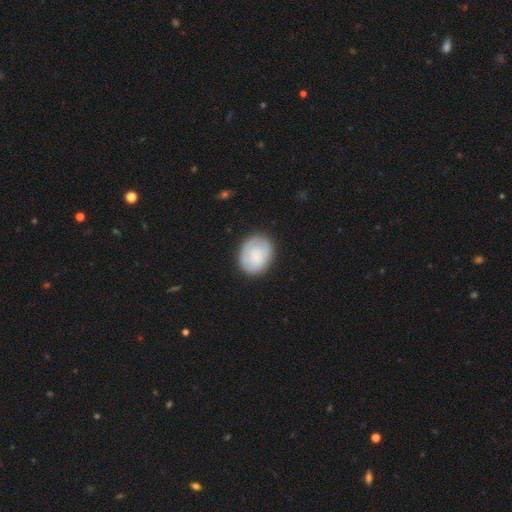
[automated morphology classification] smooth 73%, featured or disk 21%, star or artifact 6%. Down the decision tree: how rounded — round (52%); merging — none (77%).